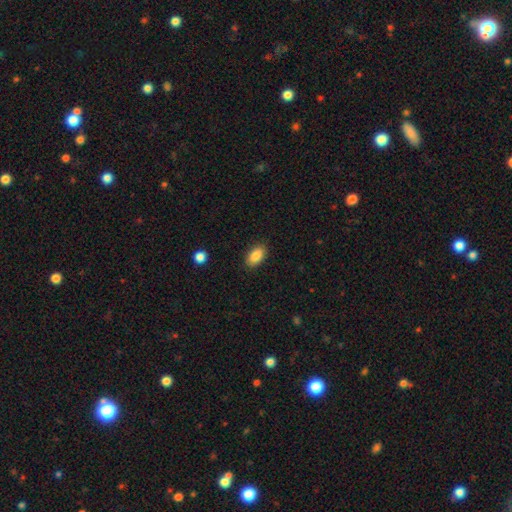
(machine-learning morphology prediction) A smooth galaxy with no disk features (88%) that is in between round and cigar-shaped (93%).

Vote fractions:
- Smooth or featured? smooth: 88% / star or artifact: 7% / featured or disk: 5%
- How rounded? in between: 93% / round: 5% / cigar-shaped: 2%
- Merging? none: 88% / minor disturbance: 9% / major disturbance: 2% / merger: 1%